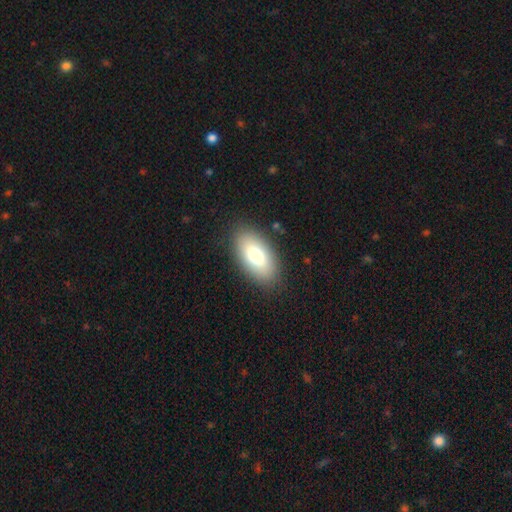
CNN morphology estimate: Overall: smooth (78%). How rounded: in between (93%). Merging: none (87%).